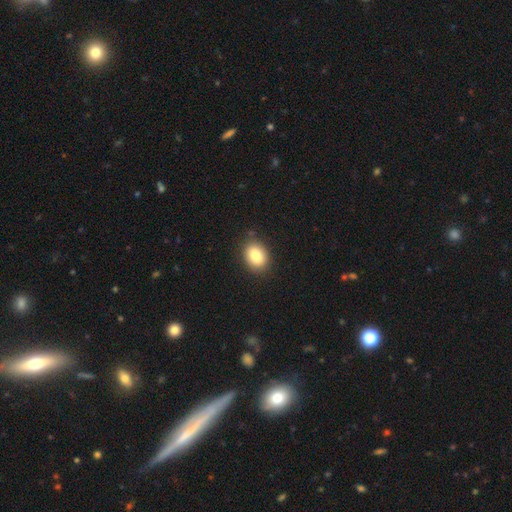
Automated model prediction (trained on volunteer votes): smooth-or-featured: smooth: 84% | star or artifact: 9% | featured or disk: 7%
  how-rounded: in between: 67% | round: 32% | cigar-shaped: 1%
  merging: none: 85% | minor disturbance: 11% | major disturbance: 3% | merger: 1%